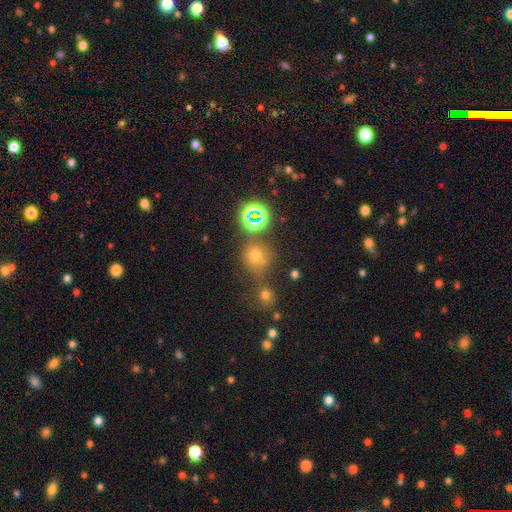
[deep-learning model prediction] This appears to be a smooth galaxy with no disk features (58%) that is round (88%). Merging: none (67%).